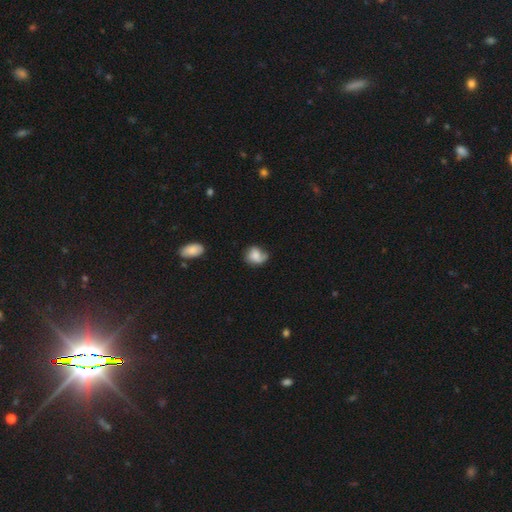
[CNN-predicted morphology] This appears to be a smooth galaxy with no disk features (67%) that is round (55%). Merging: none (44%).